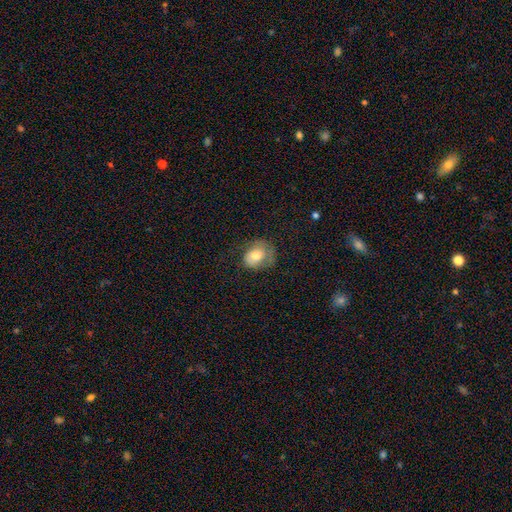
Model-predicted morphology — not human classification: A smooth galaxy with no disk features (68%) that is round (51%). Merging: none (49%).